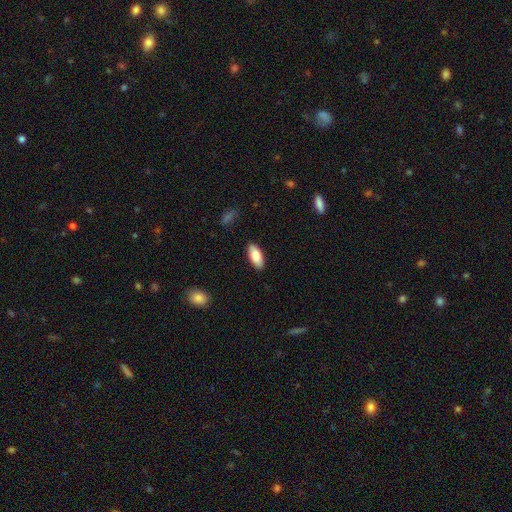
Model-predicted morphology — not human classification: type=smooth (86%); roundness=in between (87%); merging=none (87%).